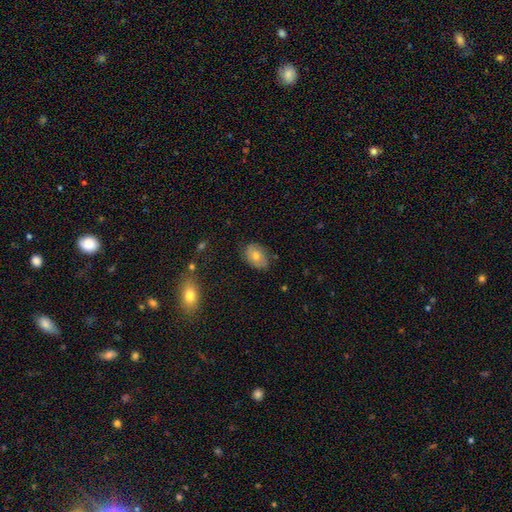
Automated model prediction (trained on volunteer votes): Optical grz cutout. It shows a smooth galaxy with no disk features (58%) that is in between round and cigar-shaped (81%). Merging: none (79%).